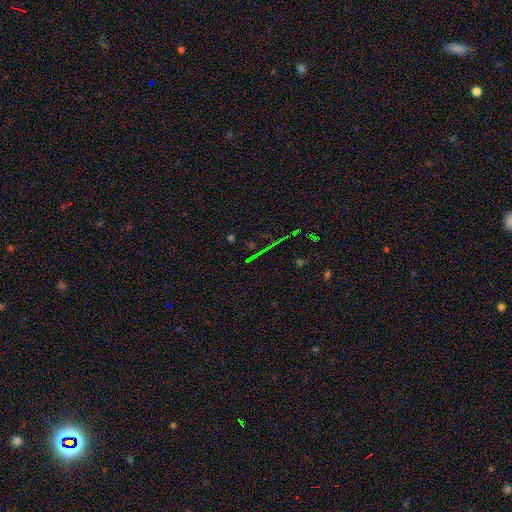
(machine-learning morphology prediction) Q: Smooth or featured?
A: star or artifact (75%); runner-up: featured or disk (13%)